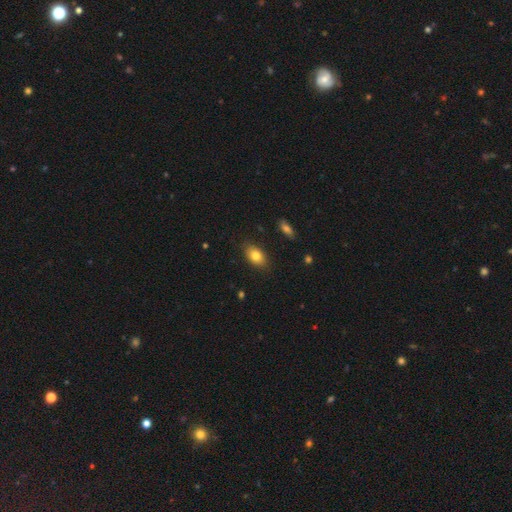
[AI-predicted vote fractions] Smooth or featured? smooth (82%)
How rounded? in between (88%)
Merging? none (86%)